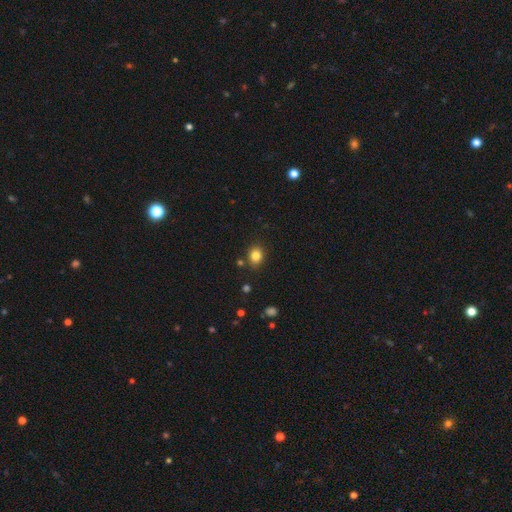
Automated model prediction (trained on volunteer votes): Morphology: type=smooth (82%); roundness=round (59%); merging=none (83%).